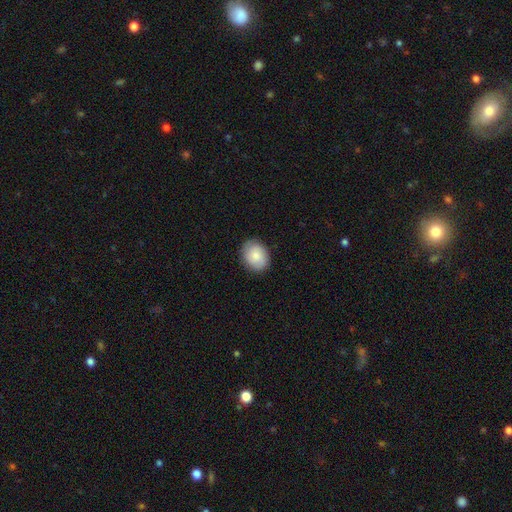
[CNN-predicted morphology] Smooth or featured? smooth (80%)
How rounded? in between (54%)
Merging? none (85%)